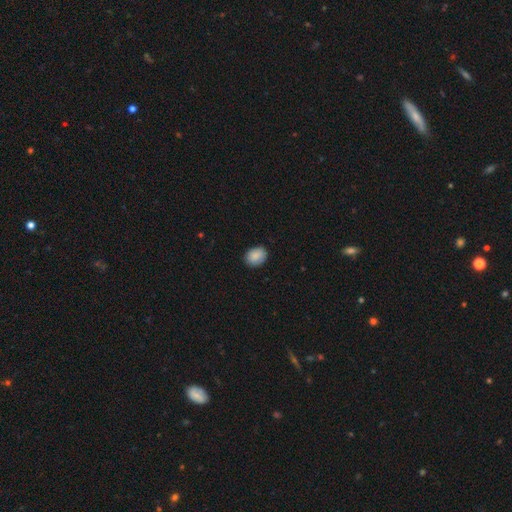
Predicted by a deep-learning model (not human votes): Smooth or featured? Predicted: smooth (p=0.88). How rounded? Predicted: in between (p=0.58). Merging? Predicted: none (p=0.86).